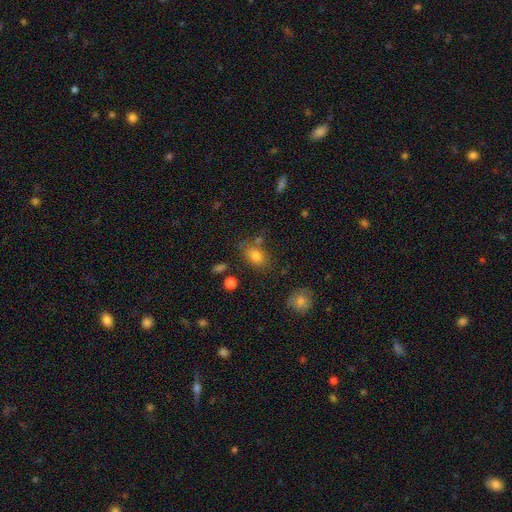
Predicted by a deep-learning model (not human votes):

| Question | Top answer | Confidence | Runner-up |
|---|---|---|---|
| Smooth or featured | smooth | 80% | star or artifact (11%) |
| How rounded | in between | 76% | round (22%) |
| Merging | none | 65% | minor disturbance (17%) |